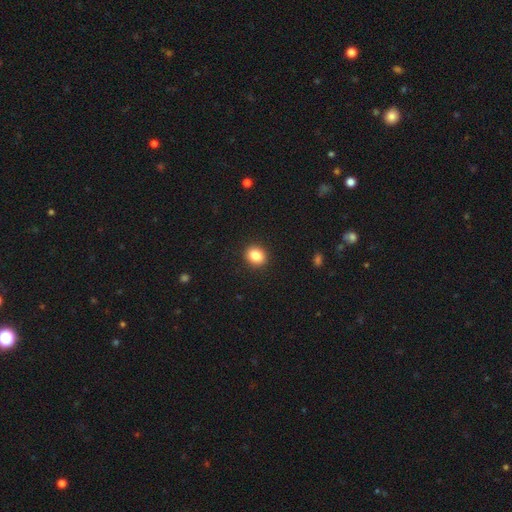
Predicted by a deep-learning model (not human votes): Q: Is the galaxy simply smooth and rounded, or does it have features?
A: smooth — 85%.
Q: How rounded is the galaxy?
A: round — 62%.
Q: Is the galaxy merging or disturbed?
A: none — 91%.